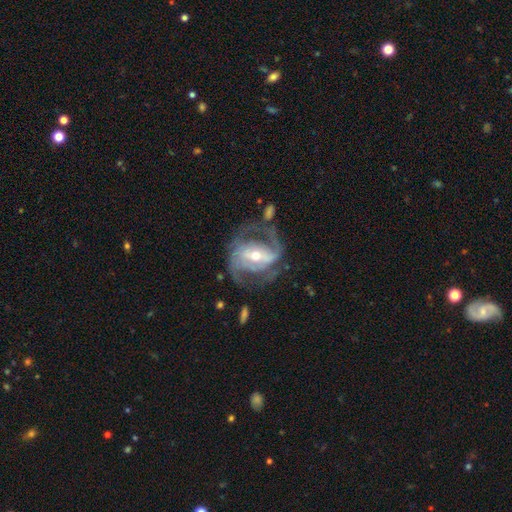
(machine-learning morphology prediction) Smooth or featured? featured or disk (87%)
Edge-on disk? no (96%)
Bar? strong (50%)
Spiral arms? yes (92%)
Spiral winding? medium (49%)
Spiral arm count? 2 (73%)
Bulge size? moderate (50%)
Merging? none (59%)